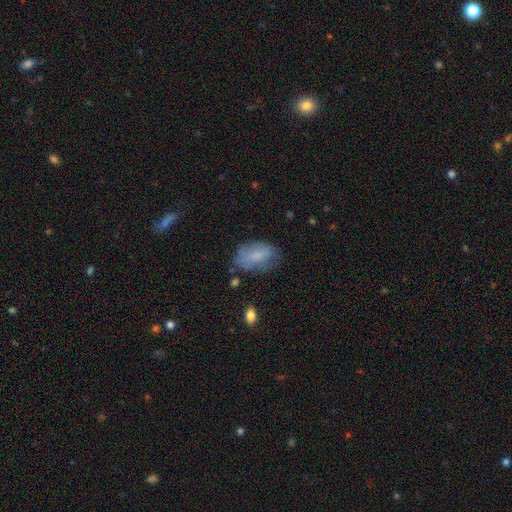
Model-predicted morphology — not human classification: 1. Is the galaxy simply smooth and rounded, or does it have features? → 70% smooth, 22% featured or disk, 8% star or artifact.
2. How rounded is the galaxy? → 91% in between, 6% round, 2% cigar-shaped.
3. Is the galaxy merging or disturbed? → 61% none, 27% minor disturbance, 10% major disturbance, 2% merger.